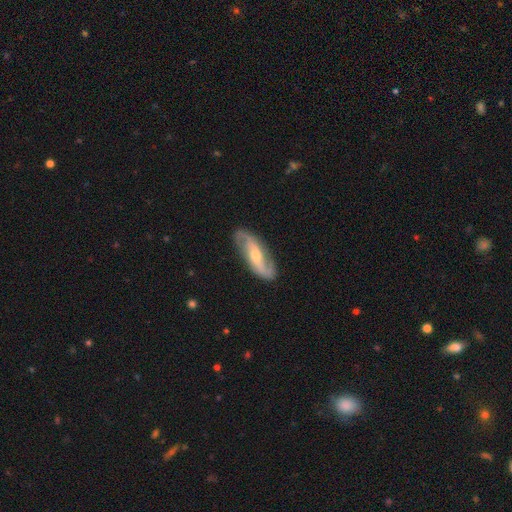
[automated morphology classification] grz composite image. It shows a featured or disk galaxy (83%) with a weak bar (40%), 2 (91%) loose (48%) spiral arms (95%) and a moderate central bulge (55%). Merging: none (84%).